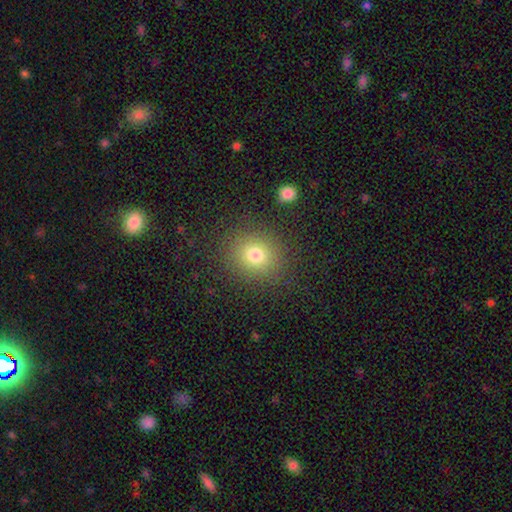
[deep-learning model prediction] smooth_or_featured: smooth (p=0.75) [alt: star or artifact p=0.17]
how_rounded: round (p=0.84) [alt: in between p=0.15]
merging: none (p=0.90) [alt: minor disturbance p=0.06]